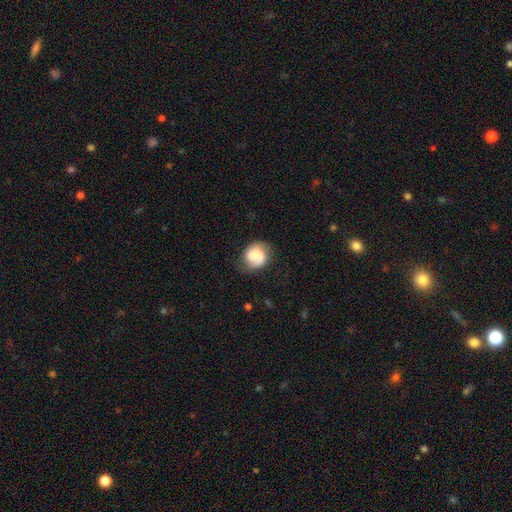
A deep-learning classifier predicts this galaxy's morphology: A smooth galaxy with no disk features (48%).

Vote fractions:
- Smooth or featured? smooth: 48% / featured or disk: 43% / star or artifact: 8%
- Merging? none: 64% / minor disturbance: 24% / major disturbance: 10% / merger: 2%